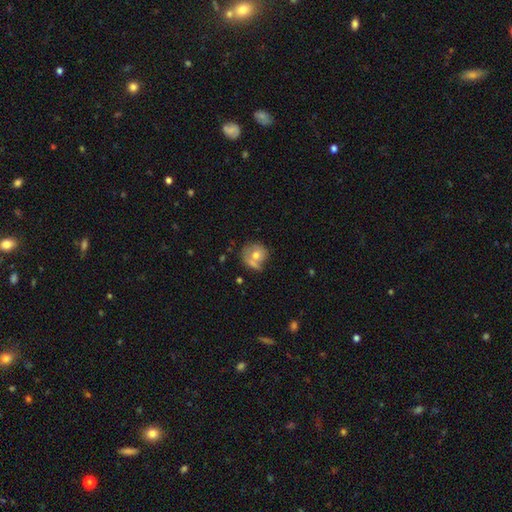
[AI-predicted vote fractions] smooth_or_featured: smooth (p=0.59) [alt: featured or disk p=0.31]
how_rounded: round (p=0.83) [alt: in between p=0.16]
merging: none (p=0.49) [alt: merger p=0.21]